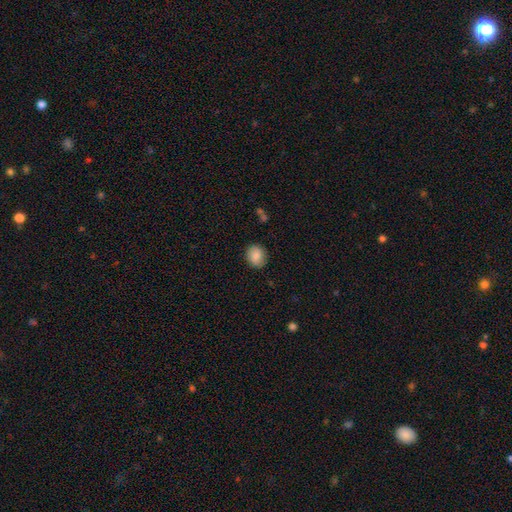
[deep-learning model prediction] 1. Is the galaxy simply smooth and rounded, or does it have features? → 85% smooth, 8% star or artifact, 7% featured or disk.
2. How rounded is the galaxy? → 76% round, 23% in between, 1% cigar-shaped.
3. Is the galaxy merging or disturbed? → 87% none, 10% minor disturbance, 2% major disturbance, 1% merger.